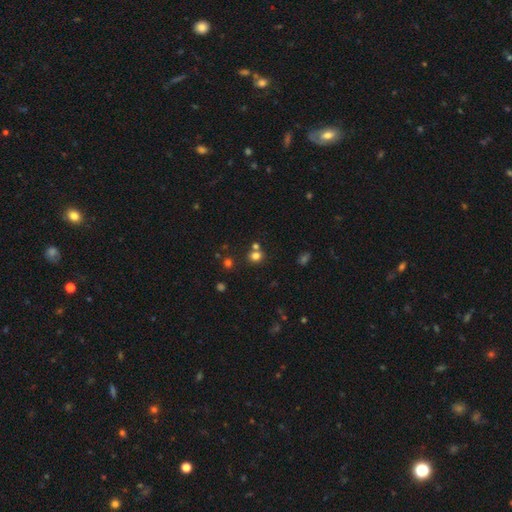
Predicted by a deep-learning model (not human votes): smooth 74%, star or artifact 18%, featured or disk 7%. Down the decision tree: how rounded — round (80%); merging — none (66%).